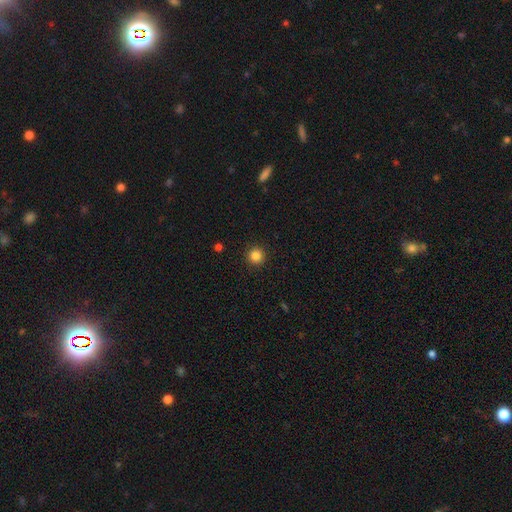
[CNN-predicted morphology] Smooth or featured?
  - smooth: 84% *
  - star or artifact: 12%
  - featured or disk: 4%
How rounded?
  - round: 95% *
  - in between: 4%
  - cigar-shaped: 1%
Merging?
  - none: 93% *
  - minor disturbance: 5%
  - major disturbance: 2%
  - merger: 1%